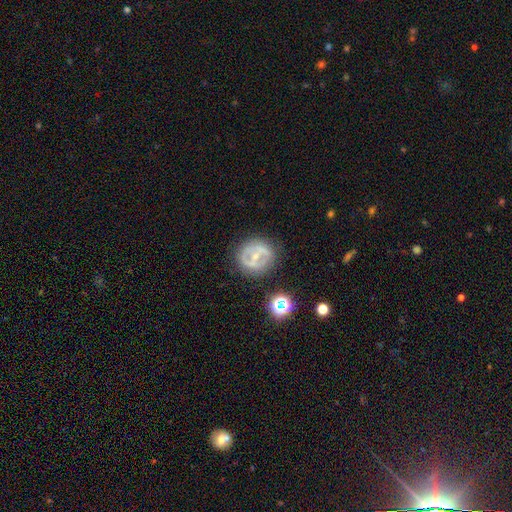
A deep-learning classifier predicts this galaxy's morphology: Overall: featured or disk (64%; smooth 27%). Edge-on disk: no (96%). Bar: strong (41%; weak 36%). Spiral arms: no (59%; yes 41%). Bulge size: small (57%; moderate 34%). Merging: none (77%).